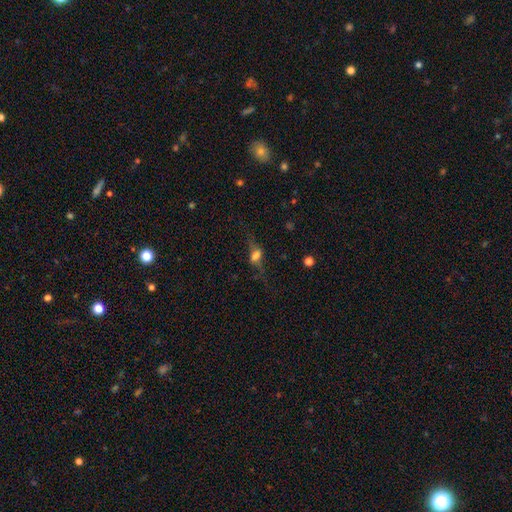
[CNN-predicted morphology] smooth-or-featured: featured or disk: 46% | smooth: 41% | star or artifact: 13%
  merging: none: 58% | minor disturbance: 20% | major disturbance: 19% | merger: 3%